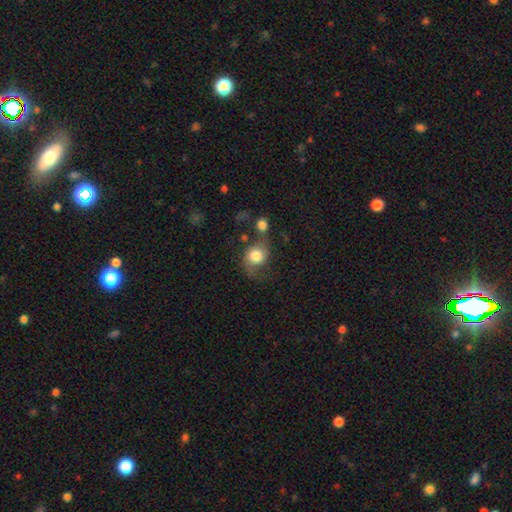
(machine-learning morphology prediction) A smooth galaxy with no disk features (58%) that is round (68%). Merging: none (41%).